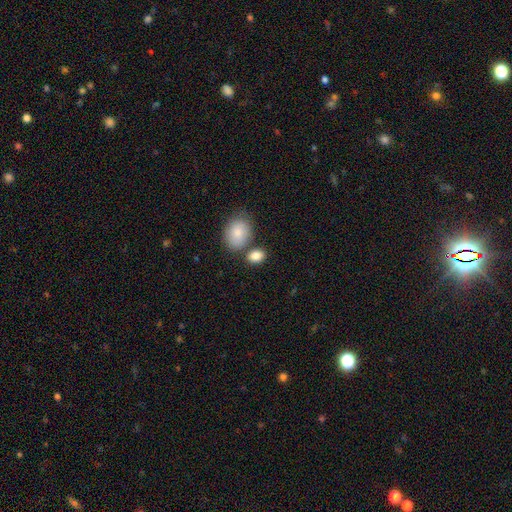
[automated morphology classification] Smooth or featured? Predicted: smooth (p=0.86). How rounded? Predicted: in between (p=0.76). Merging? Predicted: none (p=0.63).